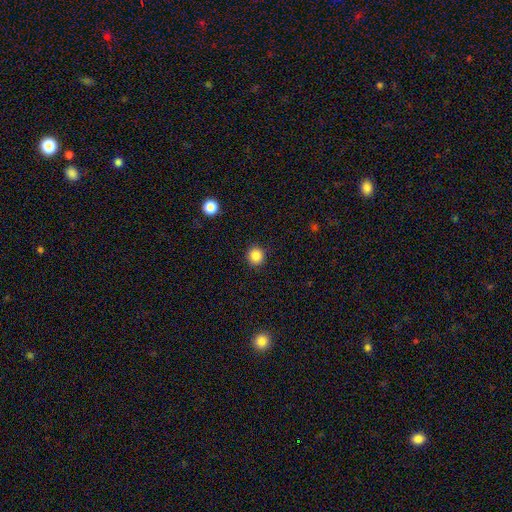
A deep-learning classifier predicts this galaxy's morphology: type=smooth (86%); roundness=round (92%); merging=none (92%).